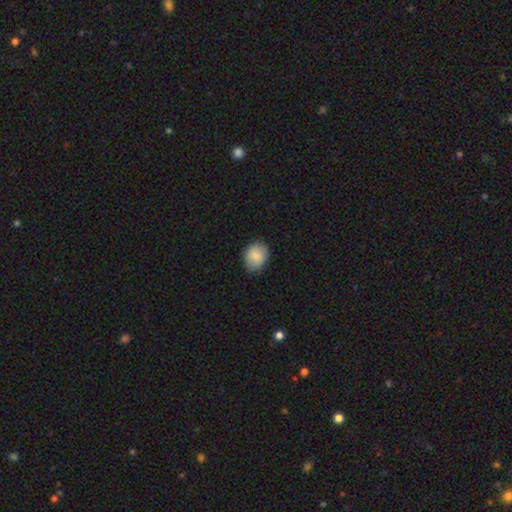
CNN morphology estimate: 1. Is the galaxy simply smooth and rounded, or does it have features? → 85% smooth, 8% featured or disk, 7% star or artifact.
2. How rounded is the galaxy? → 57% in between, 42% round, 1% cigar-shaped.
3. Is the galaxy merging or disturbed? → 82% none, 14% minor disturbance, 3% major disturbance, 1% merger.